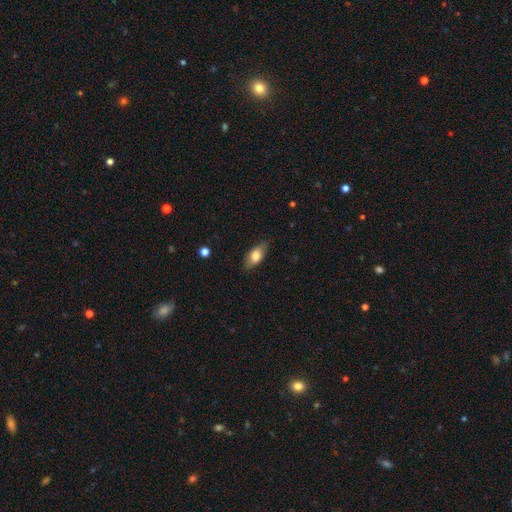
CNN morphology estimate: smooth_or_featured: smooth (p=0.72) [alt: featured or disk p=0.21]
how_rounded: in between (p=0.84) [alt: cigar-shaped p=0.12]
merging: none (p=0.81) [alt: minor disturbance p=0.14]